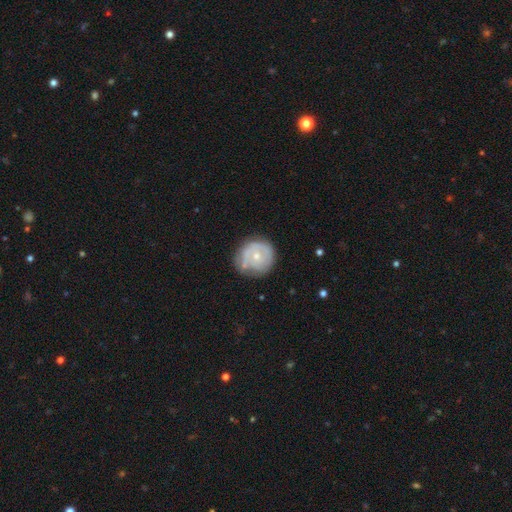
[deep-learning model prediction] A featured or disk galaxy (60%) with no bar (82%), spiral arms (67%) and a small central bulge (57%).

Vote fractions:
- Smooth or featured? featured or disk: 60% / smooth: 34% / star or artifact: 6%
- Edge-on disk? no: 98% / yes: 2%
- Bar? no: 82% / weak: 15% / strong: 3%
- Spiral arms? yes: 67% / no: 33%
- Bulge size? small: 57% / moderate: 39% / none: 2% / large: 1% / dominant: 1%
- Merging? none: 61% / minor disturbance: 26% / major disturbance: 9% / merger: 4%